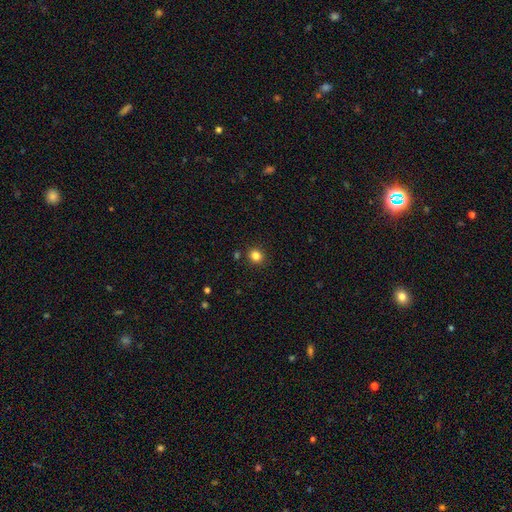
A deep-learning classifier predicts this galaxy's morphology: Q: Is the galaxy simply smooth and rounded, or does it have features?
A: smooth — 83%.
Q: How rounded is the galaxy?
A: round — 84%.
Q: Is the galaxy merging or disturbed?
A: none — 89%.